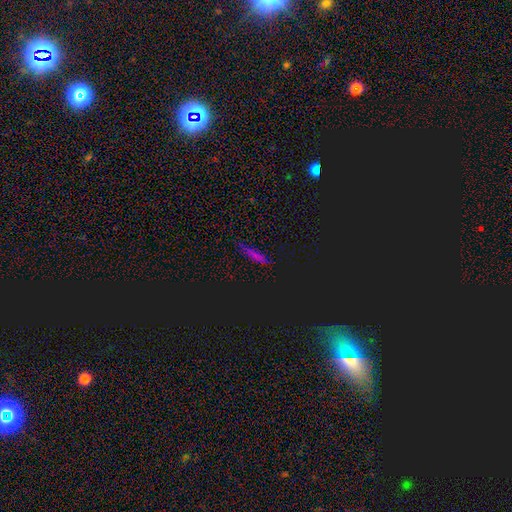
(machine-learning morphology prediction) type=smooth (50%); roundness=cigar-shaped (82%); merging=none (80%).